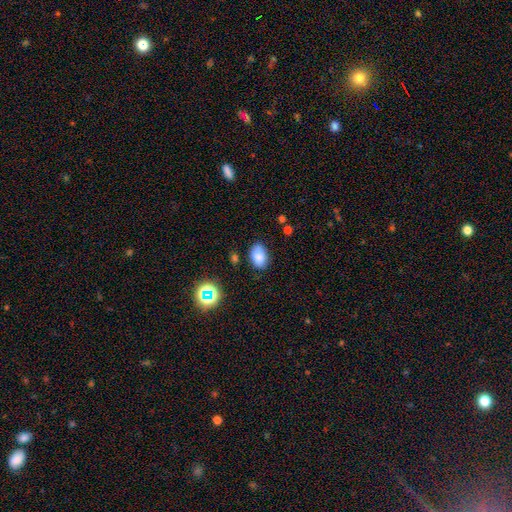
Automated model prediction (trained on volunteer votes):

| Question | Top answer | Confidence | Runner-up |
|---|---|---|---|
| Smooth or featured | smooth | 78% | star or artifact (11%) |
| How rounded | in between | 87% | round (12%) |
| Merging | none | 72% | minor disturbance (20%) |